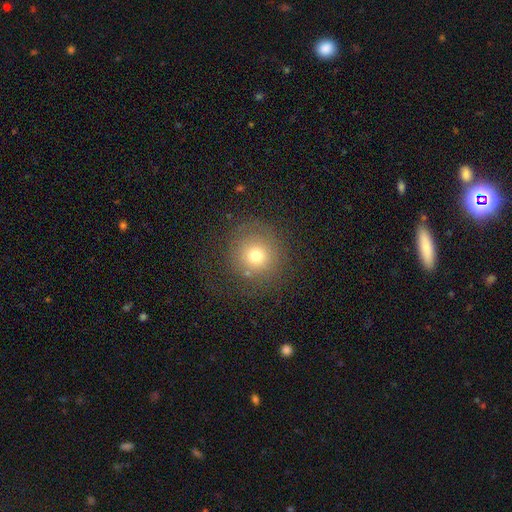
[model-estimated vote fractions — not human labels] The model was most divided on "smooth or featured": smooth: 69%, star or artifact: 16%, featured or disk: 15%. More confident: how rounded — round (93%); merging — none (78%).